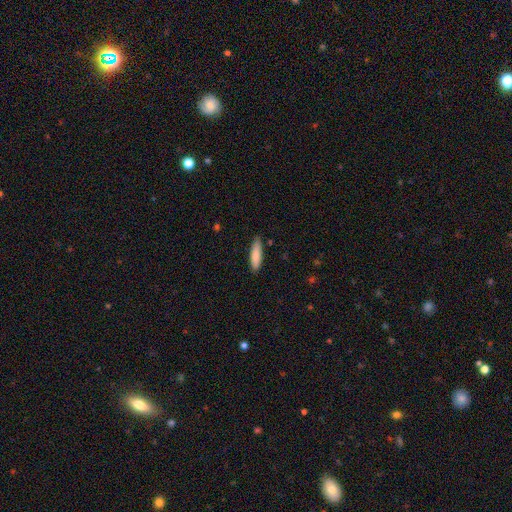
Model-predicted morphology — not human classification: smooth 85%, featured or disk 9%, star or artifact 6%. Down the decision tree: how rounded — cigar-shaped (71%); merging — none (85%).